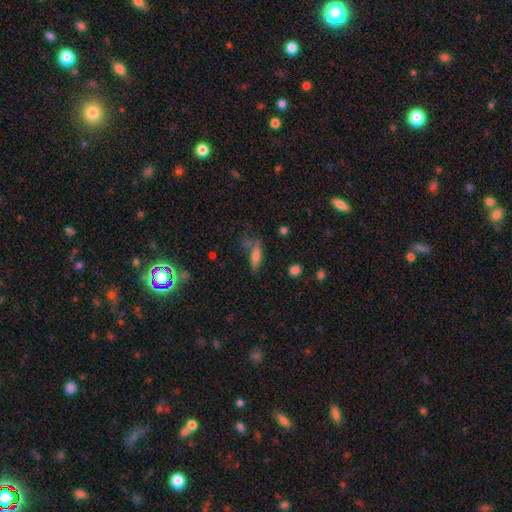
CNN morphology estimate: smooth 72%, featured or disk 18%, star or artifact 10%. Down the decision tree: how rounded — cigar-shaped (50%); merging — none (56%).